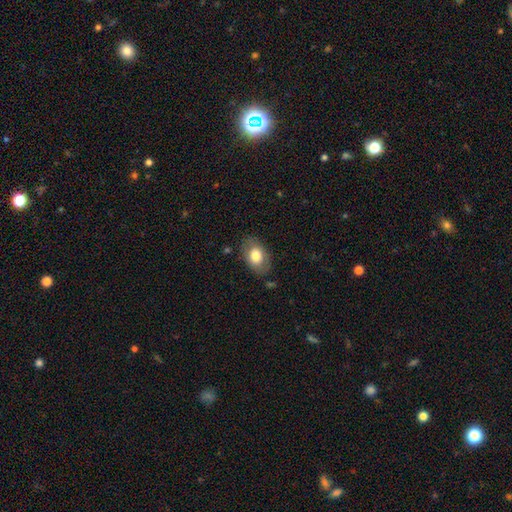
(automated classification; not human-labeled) This appears to be a smooth galaxy with no disk features (74%) that is in between round and cigar-shaped (85%). Merging: none (78%).